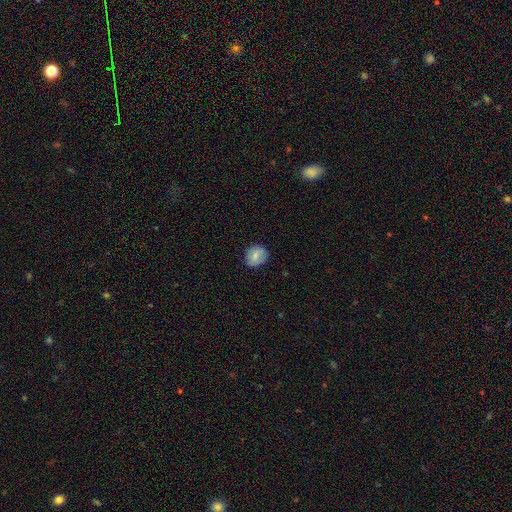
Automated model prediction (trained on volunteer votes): Morphology: type=smooth (78%); roundness=round (72%); merging=none (81%).